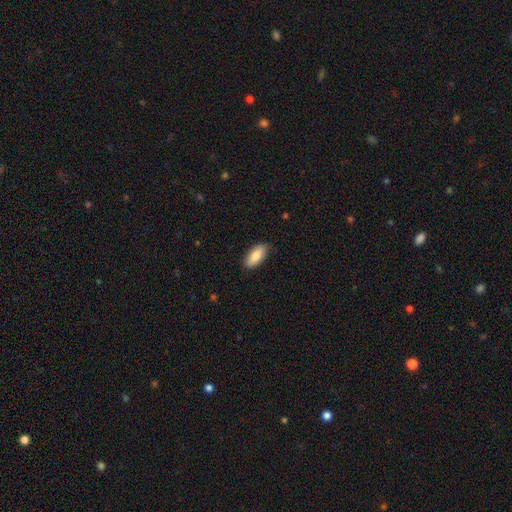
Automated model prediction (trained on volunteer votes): Morphology: type=smooth (81%); roundness=in between (88%); merging=none (85%).